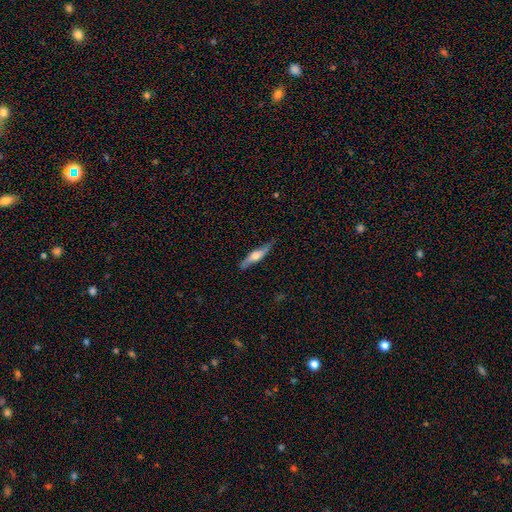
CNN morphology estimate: Smooth or featured?
  - featured or disk: 53% *
  - smooth: 42%
  - star or artifact: 5%
Edge-on disk?
  - yes: 79% *
  - no: 21%
Merging?
  - none: 77% *
  - minor disturbance: 18%
  - major disturbance: 3%
  - merger: 1%